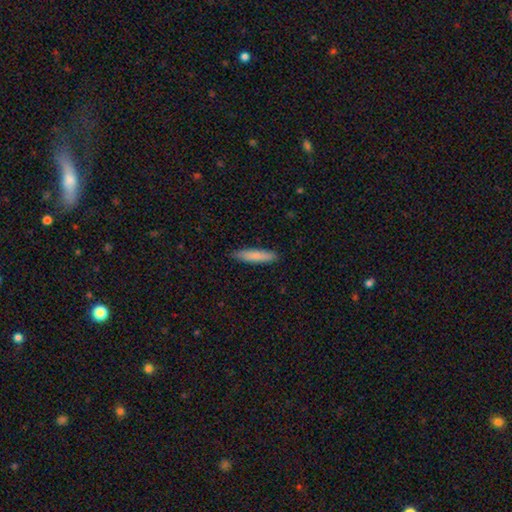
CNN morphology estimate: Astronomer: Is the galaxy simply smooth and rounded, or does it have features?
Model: smooth — 83%.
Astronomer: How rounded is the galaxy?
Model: cigar-shaped — 85%.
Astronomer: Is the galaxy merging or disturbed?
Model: none — 89%.